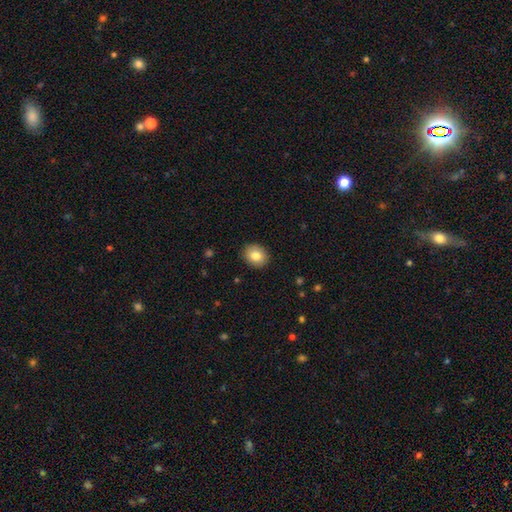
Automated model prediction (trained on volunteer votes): Smooth or featured? smooth (83%)
How rounded? round (56%)
Merging? none (90%)